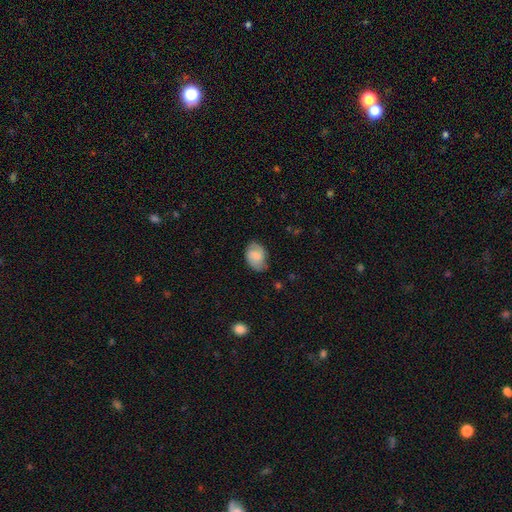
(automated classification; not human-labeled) The model was most divided on "smooth or featured": smooth: 59%, featured or disk: 34%, star or artifact: 8%. More confident: how rounded — in between (80%); merging — none (68%).